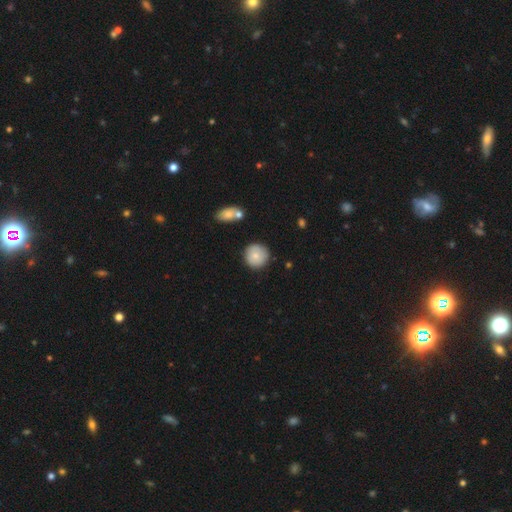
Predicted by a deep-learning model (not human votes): Smooth or featured?
  - smooth: 77% *
  - featured or disk: 15%
  - star or artifact: 7%
How rounded?
  - round: 94% *
  - in between: 5%
  - cigar-shaped: 1%
Merging?
  - none: 84% *
  - minor disturbance: 11%
  - merger: 3%
  - major disturbance: 2%